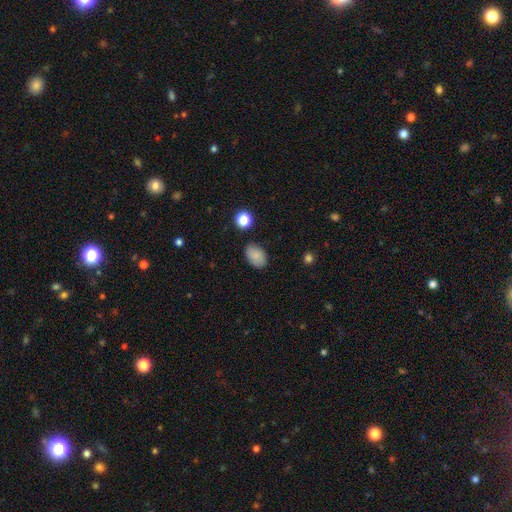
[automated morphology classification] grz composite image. It shows a smooth galaxy with no disk features (85%) that is in between round and cigar-shaped (84%). Merging: none (86%).